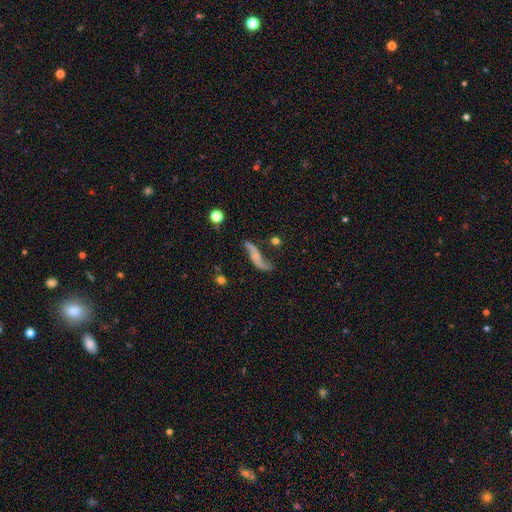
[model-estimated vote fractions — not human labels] smooth-or-featured: featured or disk: 74% | smooth: 18% | star or artifact: 8%
  disk-edge-on: no: 84% | yes: 16%
    bar: no: 63% | weak: 26% | strong: 11%
    has-spiral-arms: yes: 90% | no: 10%
      spiral-winding: loose: 89% | medium: 8% | tight: 3%
      spiral-arm-count: 2: 89% | 1: 5% | can't tell: 3% | 3: 1% | 4: 1% | more than 4: 1%
    bulge-size: small: 52% | none: 29% | moderate: 15% | large: 2% | dominant: 1%
  merging: none: 55% | minor disturbance: 23% | major disturbance: 15% | merger: 7%